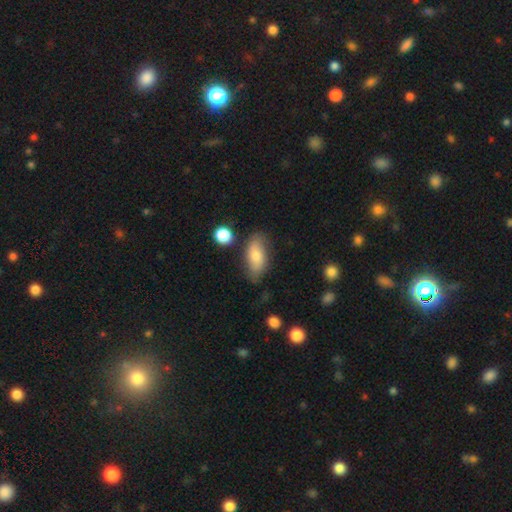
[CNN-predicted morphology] A smooth galaxy with no disk features (69%) that is in between round and cigar-shaped (88%).

Vote fractions:
- Smooth or featured? smooth: 69% / featured or disk: 24% / star or artifact: 7%
- How rounded? in between: 88% / cigar-shaped: 8% / round: 4%
- Merging? none: 73% / minor disturbance: 19% / major disturbance: 5% / merger: 3%